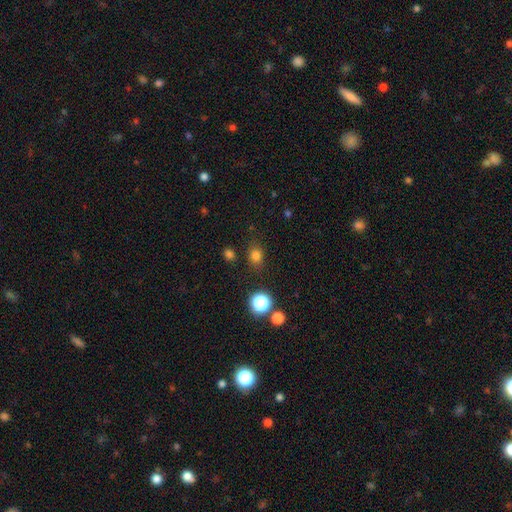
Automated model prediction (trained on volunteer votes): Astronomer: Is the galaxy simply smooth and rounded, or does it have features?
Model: smooth — 77%.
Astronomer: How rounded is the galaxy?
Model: round — 62% (runner-up: in between, 37%).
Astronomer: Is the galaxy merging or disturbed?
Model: none — 82%.